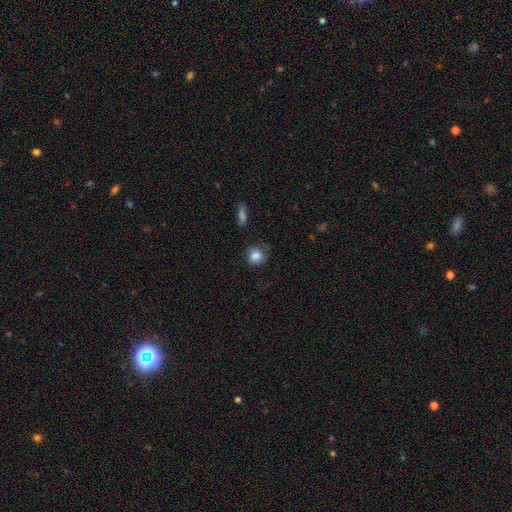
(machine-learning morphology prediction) The model was most divided on "merging": none: 72%, minor disturbance: 20%, major disturbance: 6%, merger: 2%. More confident: smooth or featured — smooth (83%); how rounded — round (81%).